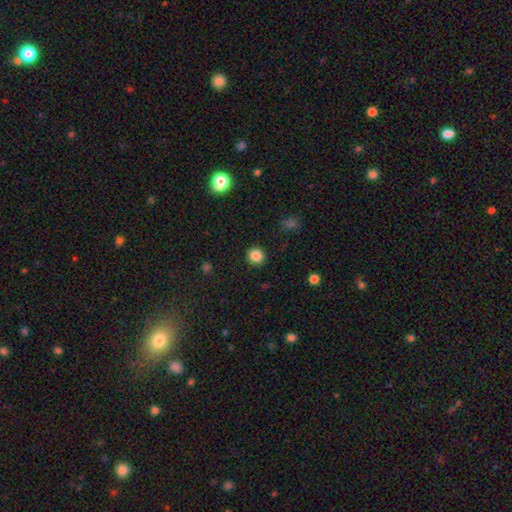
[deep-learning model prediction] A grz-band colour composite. It shows a smooth galaxy with no disk features (85%) that is round (93%). Merging: none (92%).